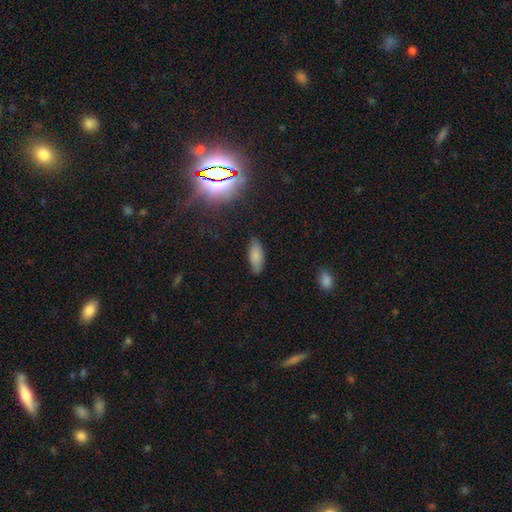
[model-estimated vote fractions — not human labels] A smooth galaxy with no disk features (79%) that is in between round and cigar-shaped (79%). Merging: none (81%).